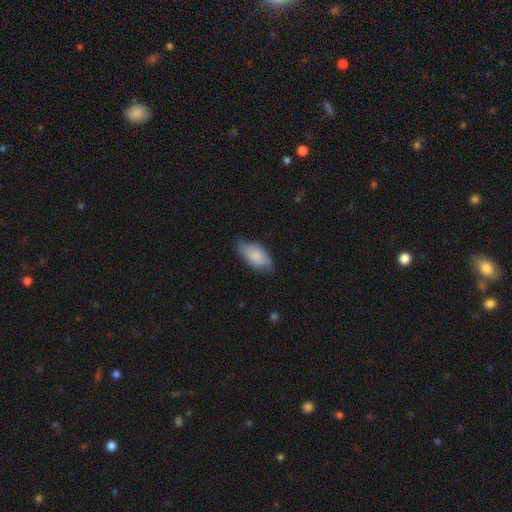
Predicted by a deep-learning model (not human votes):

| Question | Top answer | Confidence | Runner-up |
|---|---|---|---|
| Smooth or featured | smooth | 80% | featured or disk (14%) |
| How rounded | in between | 93% | cigar-shaped (4%) |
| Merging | none | 63% | minor disturbance (30%) |